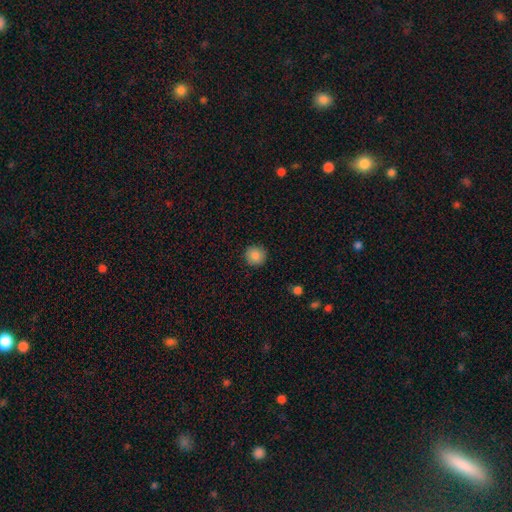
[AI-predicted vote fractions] smooth 86%, star or artifact 9%, featured or disk 5%. Down the decision tree: how rounded — round (94%); merging — none (91%).